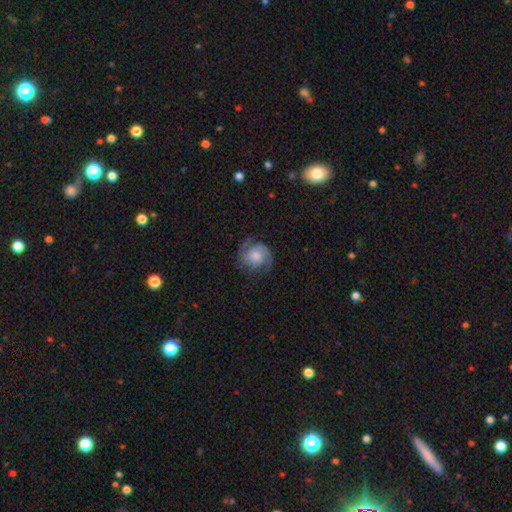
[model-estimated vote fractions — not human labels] Morphology: type=featured or disk (79%); edge-on=no (98%); bar=no (71%); spiral arms=yes (97%); winding=medium (47%); arm count=2 (83%); bulge=moderate (44%); merging=none (76%).